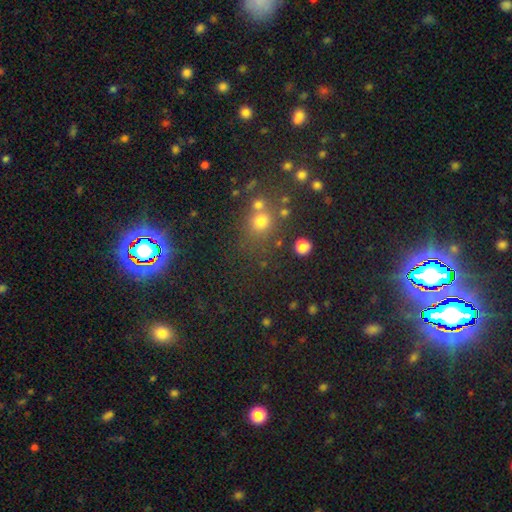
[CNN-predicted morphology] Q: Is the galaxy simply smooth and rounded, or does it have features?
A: star or artifact — 62%.